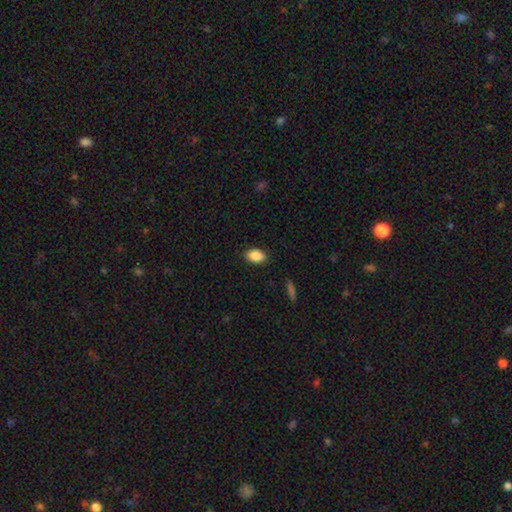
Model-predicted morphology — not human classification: A smooth galaxy with no disk features (88%) that is in between round and cigar-shaped (89%).

Vote fractions:
- Smooth or featured? smooth: 88% / star or artifact: 8% / featured or disk: 5%
- How rounded? in between: 89% / round: 9% / cigar-shaped: 2%
- Merging? none: 88% / minor disturbance: 9% / major disturbance: 2% / merger: 1%